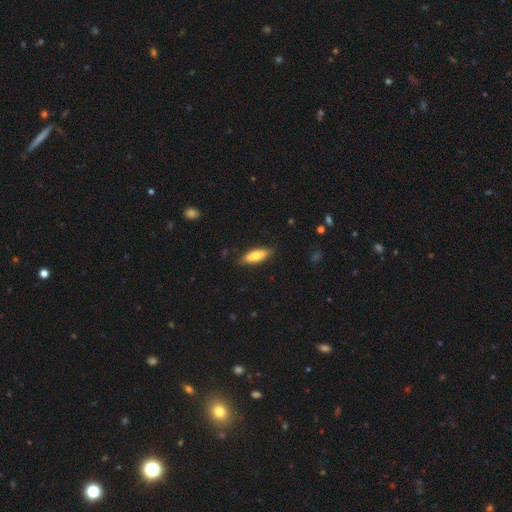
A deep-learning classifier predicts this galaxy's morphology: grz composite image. It shows a smooth galaxy with no disk features (74%) that is in between round and cigar-shaped (55%). Merging: none (83%).